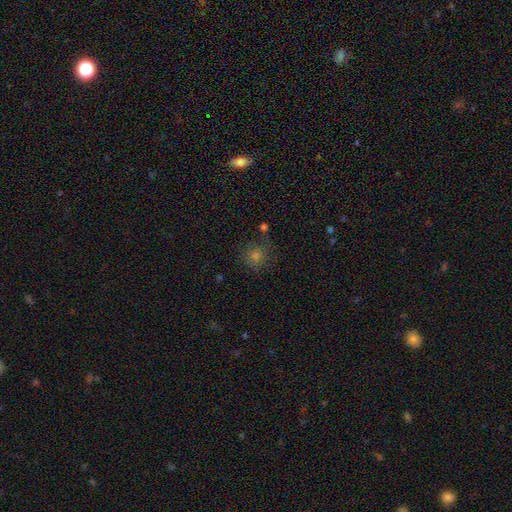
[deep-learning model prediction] Smooth or featured? Predicted: smooth (p=0.61). How rounded? Predicted: round (p=0.90). Merging? Predicted: none (p=0.79).